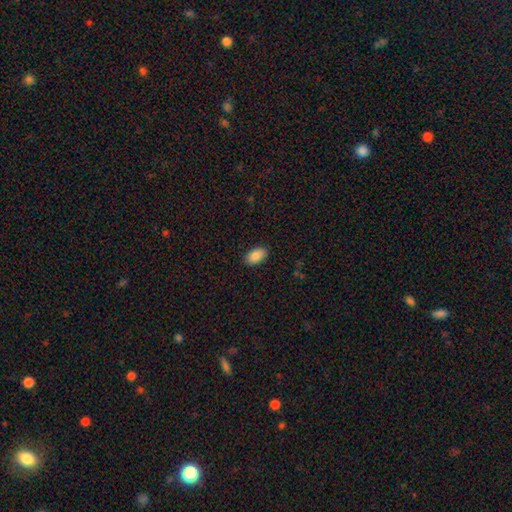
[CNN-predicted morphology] smooth-or-featured: smooth: 89% | star or artifact: 7% | featured or disk: 4%
  how-rounded: in between: 94% | round: 4% | cigar-shaped: 2%
  merging: none: 89% | minor disturbance: 8% | major disturbance: 2% | merger: 1%